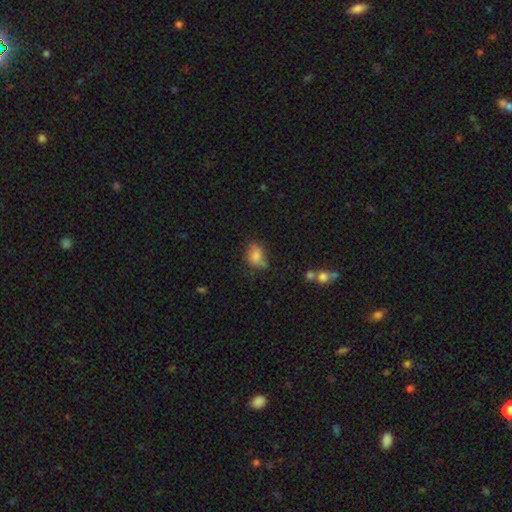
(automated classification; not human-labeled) Smooth or featured?
  - smooth: 77% *
  - featured or disk: 12%
  - star or artifact: 11%
How rounded?
  - in between: 59% *
  - round: 40%
  - cigar-shaped: 1%
Merging?
  - none: 51% *
  - minor disturbance: 27%
  - merger: 12%
  - major disturbance: 11%